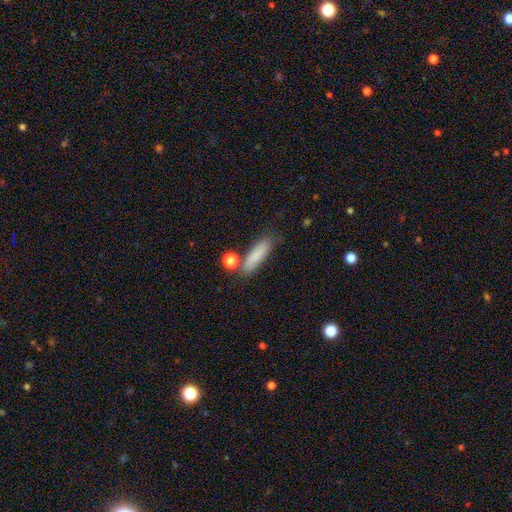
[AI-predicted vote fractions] Morphology: type=smooth (82%); roundness=cigar-shaped (63%); merging=none (69%).